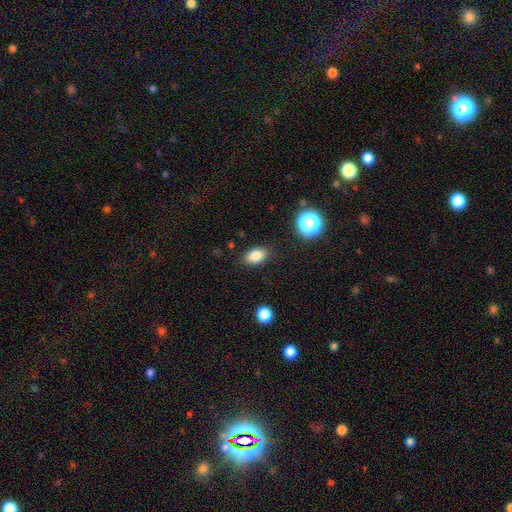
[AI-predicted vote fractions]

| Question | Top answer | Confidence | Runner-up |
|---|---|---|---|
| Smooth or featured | smooth | 84% | star or artifact (10%) |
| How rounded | in between | 85% | round (13%) |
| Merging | none | 85% | minor disturbance (11%) |